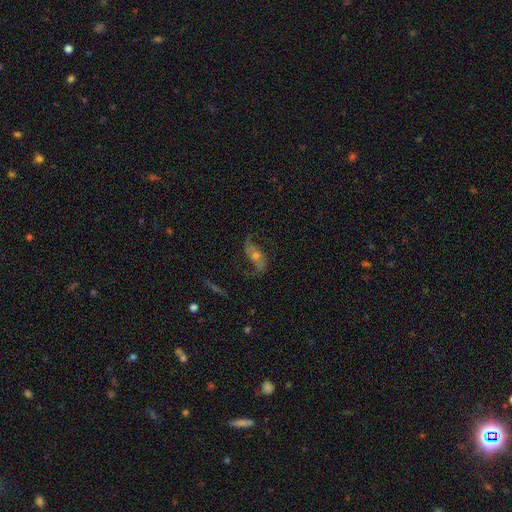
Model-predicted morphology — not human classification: This is likely a featured or disk galaxy (75%). It is clearly not viewed edge-on (93%). Bar: possibly no (58%). Spiral arm pattern: clearly yes (91%). Spiral arm count: clearly 2 (88%). Spiral winding: likely loose (62%). Central bulge: possibly moderate (48%). Merging: likely none (66%).